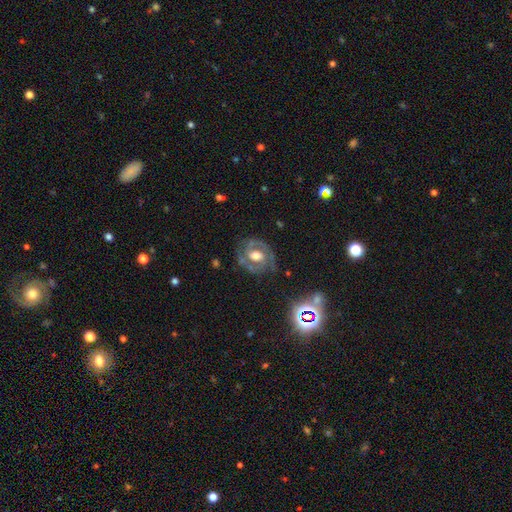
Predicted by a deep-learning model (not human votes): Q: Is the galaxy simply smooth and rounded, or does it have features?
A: featured or disk — 77%.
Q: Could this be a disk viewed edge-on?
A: no — 97%.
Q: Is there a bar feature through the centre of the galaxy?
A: no — 51%.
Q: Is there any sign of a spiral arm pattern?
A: yes — 80%.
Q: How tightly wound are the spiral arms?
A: tight — 48%.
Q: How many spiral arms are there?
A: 2 — 79%.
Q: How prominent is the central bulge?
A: moderate — 59%.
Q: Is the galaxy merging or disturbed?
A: none — 74%.